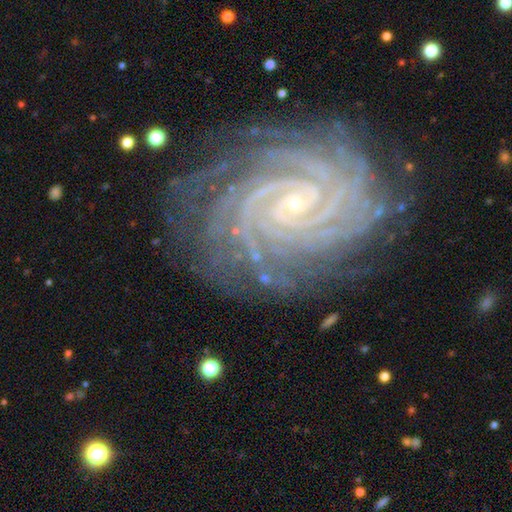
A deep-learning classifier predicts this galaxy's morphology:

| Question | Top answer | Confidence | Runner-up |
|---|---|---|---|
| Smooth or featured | featured or disk | 89% | star or artifact (8%) |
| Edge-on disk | no | 98% | yes (2%) |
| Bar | no | 58% | weak (25%) |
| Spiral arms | yes | 99% | no (1%) |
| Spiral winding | tight | 80% | medium (18%) |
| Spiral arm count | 4 | 20% | tied: 3 (20%) |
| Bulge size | small | 79% | moderate (15%) |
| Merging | none | 74% | minor disturbance (16%) |